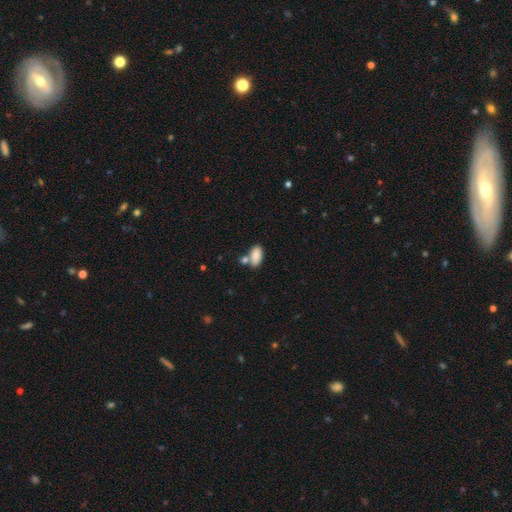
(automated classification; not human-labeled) Morphology: type=smooth (86%); roundness=in between (93%); merging=none (54%).